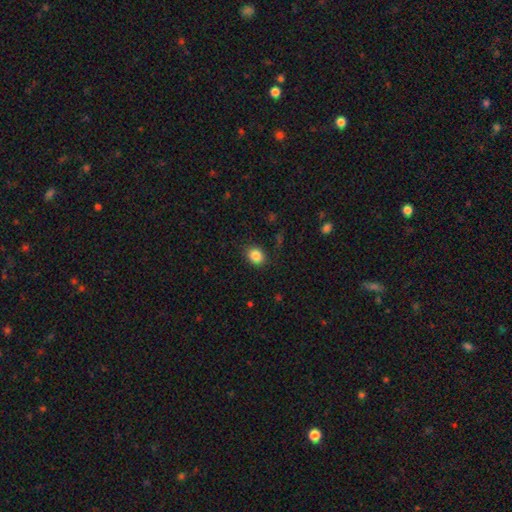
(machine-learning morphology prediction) Smooth or featured? Predicted: smooth (p=0.86). How rounded? Predicted: round (p=0.56). Merging? Predicted: none (p=0.86).